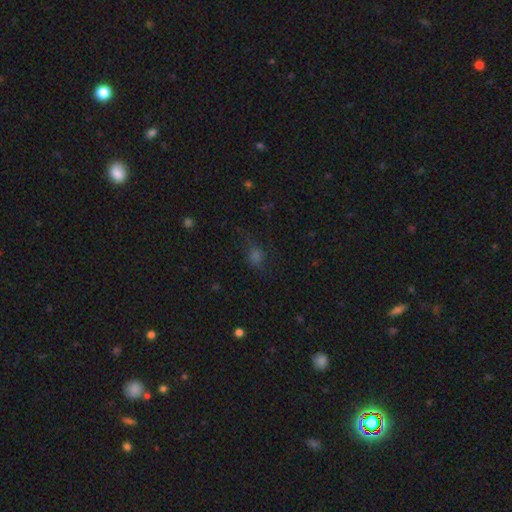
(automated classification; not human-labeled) A smooth galaxy with no disk features (51%) that is round (49%).

Vote fractions:
- Smooth or featured? smooth: 51% / star or artifact: 33% / featured or disk: 15%
- How rounded? round: 49% / in between: 46% / cigar-shaped: 4%
- Merging? none: 62% / minor disturbance: 21% / major disturbance: 15% / merger: 2%